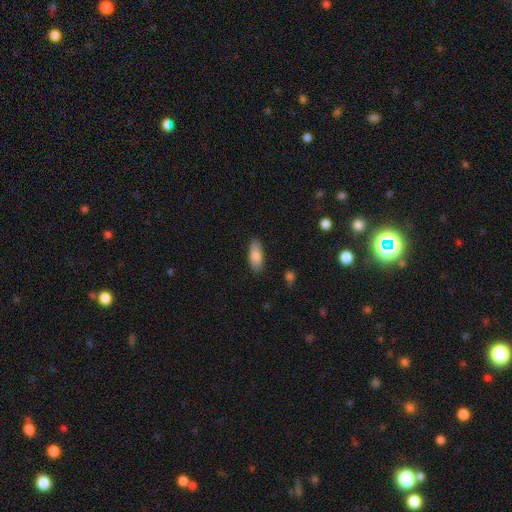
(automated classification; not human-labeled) The model was most divided on "how rounded": in between: 77%, cigar-shaped: 21%, round: 2%. More confident: merging — none (86%); smooth or featured — smooth (83%).